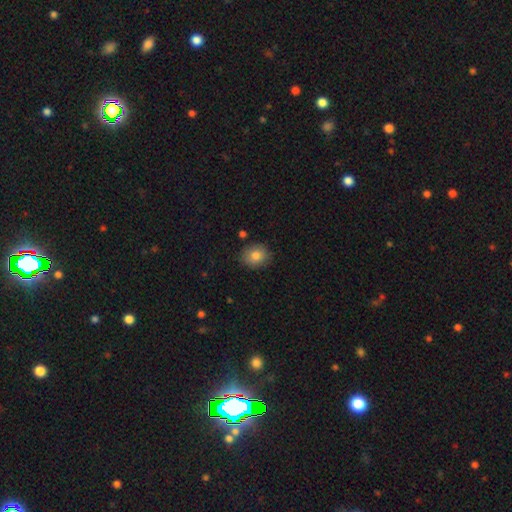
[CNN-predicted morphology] Overall: smooth (83%). How rounded: round (61%; in between 38%). Merging: none (83%).